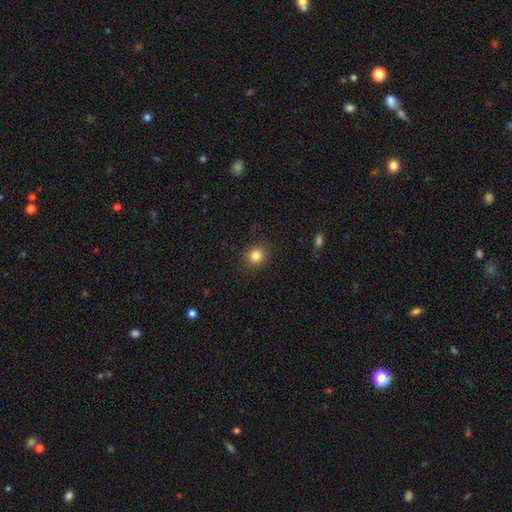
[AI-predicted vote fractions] Morphology: type=smooth (83%); roundness=round (83%); merging=none (90%).